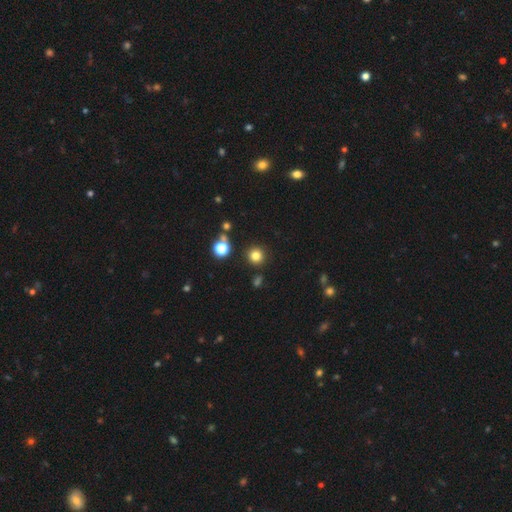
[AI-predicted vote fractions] Q: Smooth or featured?
A: smooth (80%); runner-up: star or artifact (14%)
Q: How rounded?
A: round (94%); runner-up: in between (5%)
Q: Merging?
A: none (88%); runner-up: minor disturbance (6%)